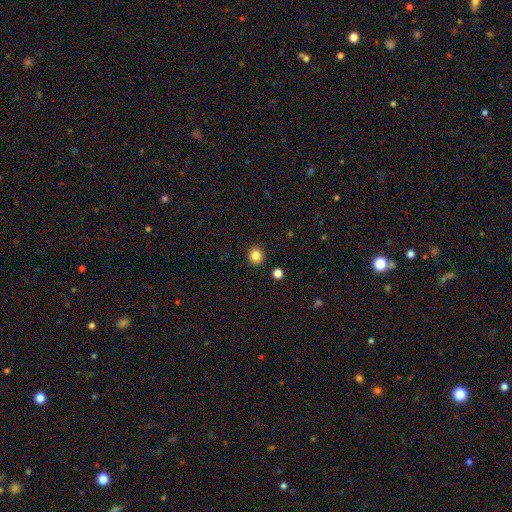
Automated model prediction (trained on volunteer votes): This is clearly a smooth galaxy (84%). How rounded: clearly round (86%). Merging: clearly none (91%).